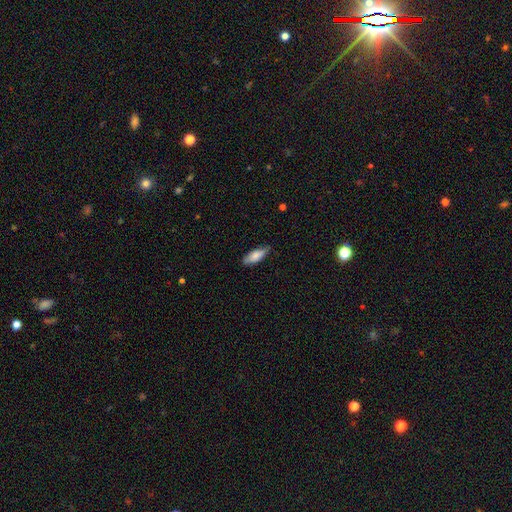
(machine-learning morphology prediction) type=smooth (77%); roundness=in between (67%); merging=none (74%).